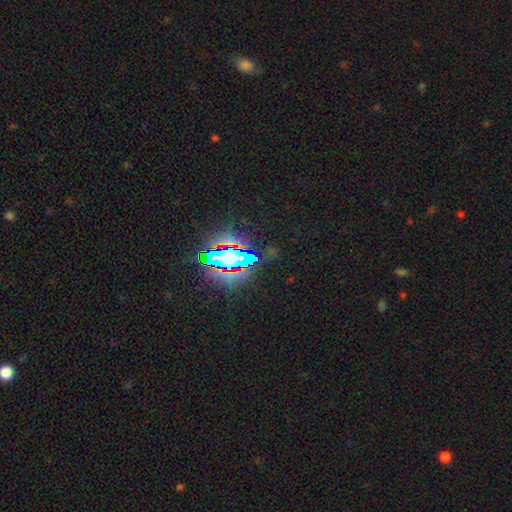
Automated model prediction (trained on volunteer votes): Overall: star or artifact (75%).